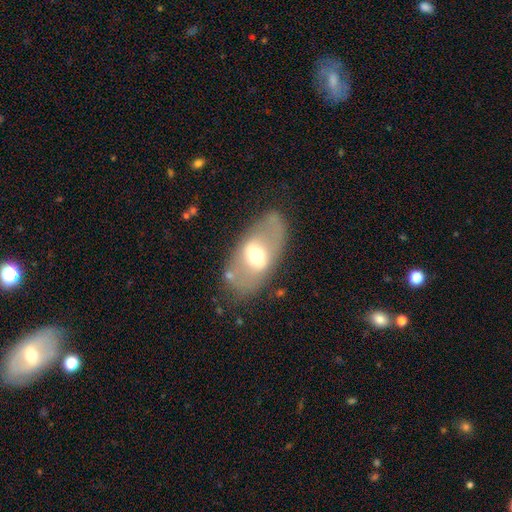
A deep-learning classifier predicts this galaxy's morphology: A featured or disk galaxy (52%).

Vote fractions:
- Smooth or featured? featured or disk: 52% / smooth: 41% / star or artifact: 7%
- Edge-on disk? no: 84% / yes: 16%
- Merging? none: 76% / minor disturbance: 14% / major disturbance: 7% / merger: 3%